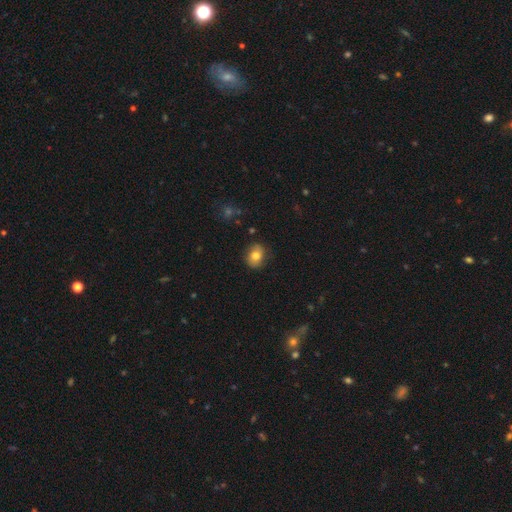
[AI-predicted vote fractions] Smooth or featured?
  - smooth: 76% *
  - featured or disk: 16%
  - star or artifact: 9%
How rounded?
  - round: 55% *
  - in between: 44%
  - cigar-shaped: 1%
Merging?
  - none: 81% *
  - minor disturbance: 15%
  - major disturbance: 3%
  - merger: 1%